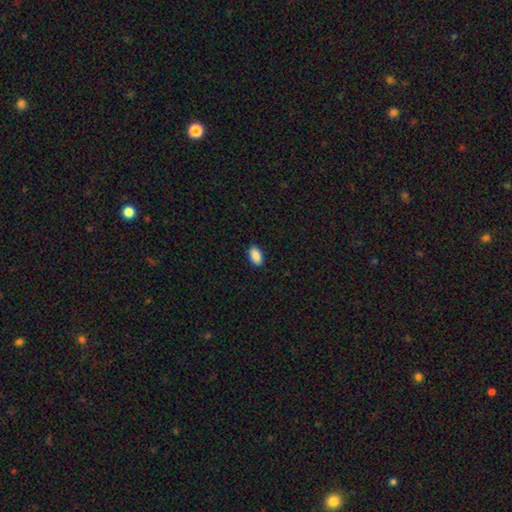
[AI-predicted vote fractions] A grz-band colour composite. It shows a smooth galaxy with no disk features (90%) that is in between round and cigar-shaped (94%). Merging: none (90%).